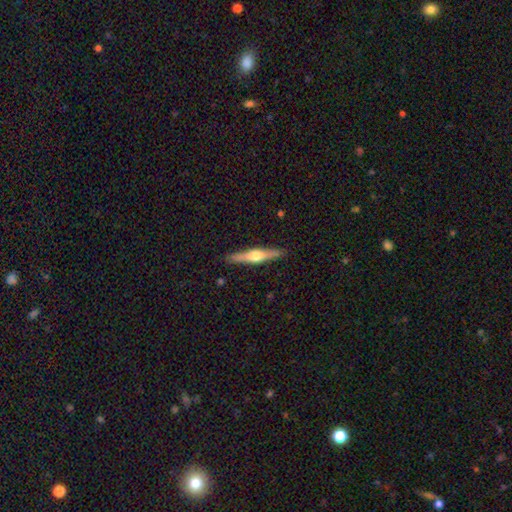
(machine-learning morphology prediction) featured or disk 64%, smooth 31%, star or artifact 5%. Down the decision tree: edge-on disk — yes (97%); edge-on bulge — rounded (92%); merging — none (90%).